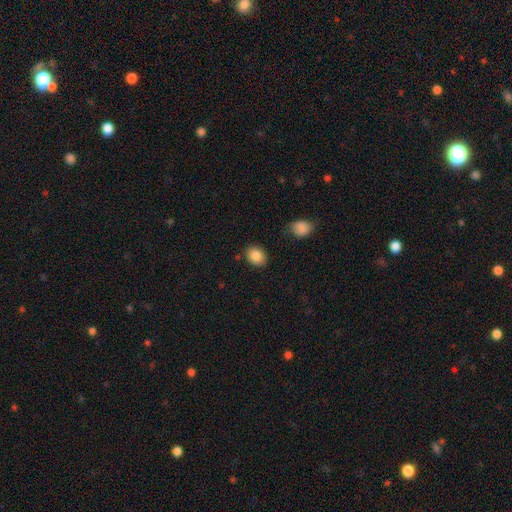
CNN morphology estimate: A smooth galaxy with no disk features (86%) that is in between round and cigar-shaped (55%).

Vote fractions:
- Smooth or featured? smooth: 86% / star or artifact: 8% / featured or disk: 6%
- How rounded? in between: 55% / round: 44% / cigar-shaped: 1%
- Merging? none: 84% / minor disturbance: 11% / major disturbance: 3% / merger: 3%